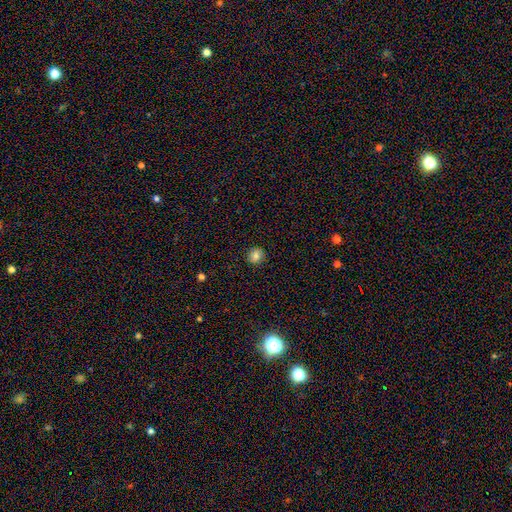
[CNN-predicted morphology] The model was most divided on "smooth or featured": smooth: 82%, star or artifact: 11%, featured or disk: 7%. More confident: merging — none (90%); how rounded — round (86%).